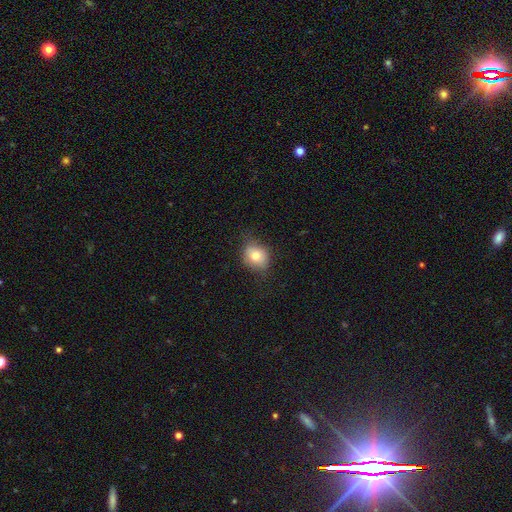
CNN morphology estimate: A smooth galaxy with no disk features (74%) that is round (57%).

Vote fractions:
- Smooth or featured? smooth: 74% / featured or disk: 16% / star or artifact: 10%
- How rounded? round: 57% / in between: 41% / cigar-shaped: 1%
- Merging? none: 73% / minor disturbance: 21% / major disturbance: 6% / merger: 1%